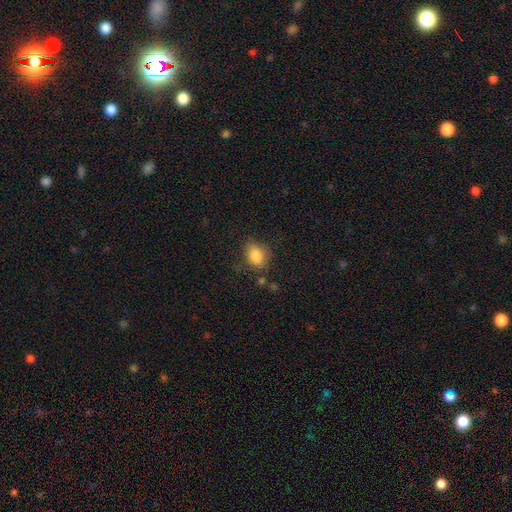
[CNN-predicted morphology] Smooth or featured? Predicted: smooth (p=0.84). How rounded? Predicted: in between (p=0.66). Merging? Predicted: none (p=0.70).